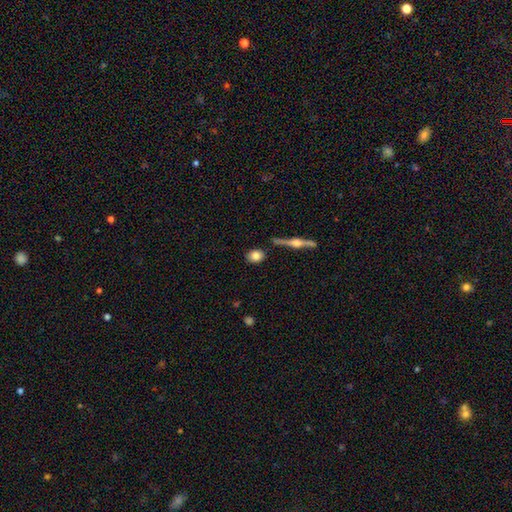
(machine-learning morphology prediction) Smooth or featured? Predicted: smooth (p=0.77). How rounded? Predicted: in between (p=0.51). Merging? Predicted: none (p=0.82).